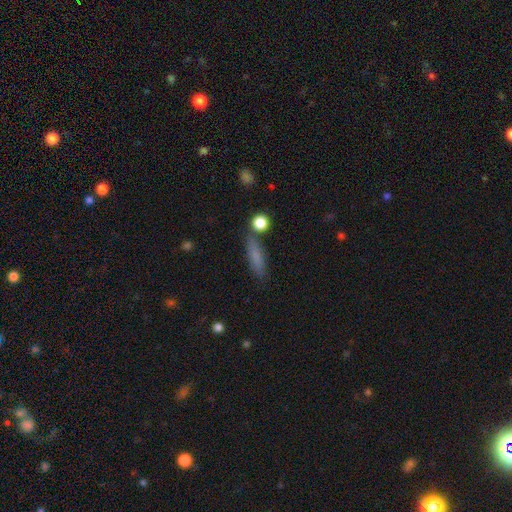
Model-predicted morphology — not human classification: A smooth galaxy with no disk features (76%) that is cigar-shaped (69%).

Vote fractions:
- Smooth or featured? smooth: 76% / featured or disk: 14% / star or artifact: 10%
- How rounded? cigar-shaped: 69% / in between: 27% / round: 4%
- Merging? none: 77% / minor disturbance: 13% / merger: 6% / major disturbance: 4%